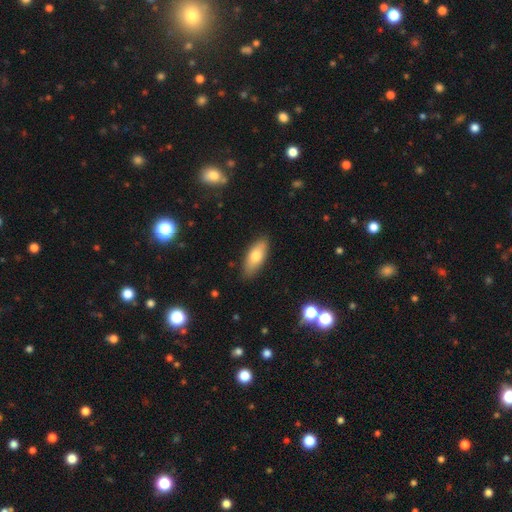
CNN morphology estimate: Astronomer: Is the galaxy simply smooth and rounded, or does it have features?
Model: smooth — 75%.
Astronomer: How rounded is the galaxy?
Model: in between — 79%.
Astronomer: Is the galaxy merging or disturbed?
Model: none — 85%.